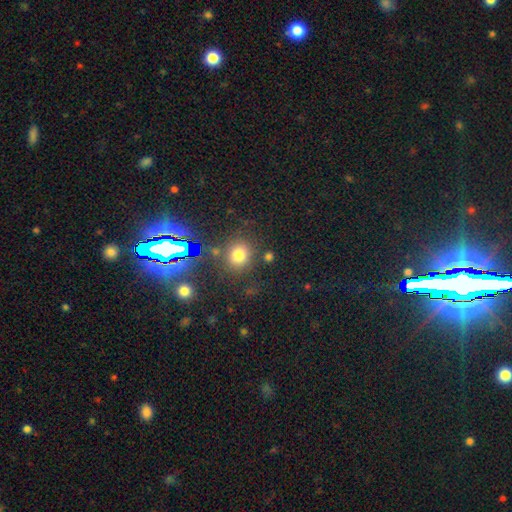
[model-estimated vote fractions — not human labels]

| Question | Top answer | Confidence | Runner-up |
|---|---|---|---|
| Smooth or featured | star or artifact | 76% | smooth (15%) |